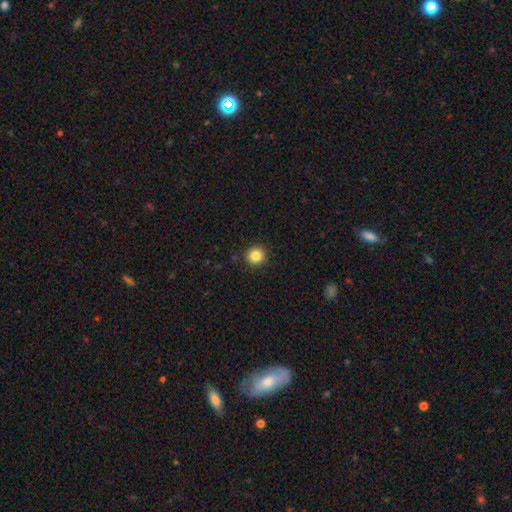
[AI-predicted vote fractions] Smooth or featured?
  - smooth: 85% *
  - star or artifact: 10%
  - featured or disk: 5%
How rounded?
  - round: 93% *
  - in between: 6%
  - cigar-shaped: 1%
Merging?
  - none: 92% *
  - minor disturbance: 5%
  - major disturbance: 2%
  - merger: 1%